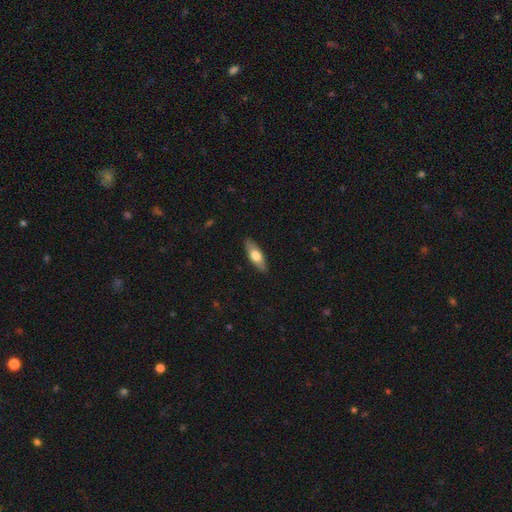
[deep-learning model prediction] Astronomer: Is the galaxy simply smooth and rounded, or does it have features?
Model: smooth — 64%.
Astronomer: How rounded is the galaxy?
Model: in between — 61% (runner-up: cigar-shaped, 36%).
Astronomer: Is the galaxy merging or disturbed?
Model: none — 87%.